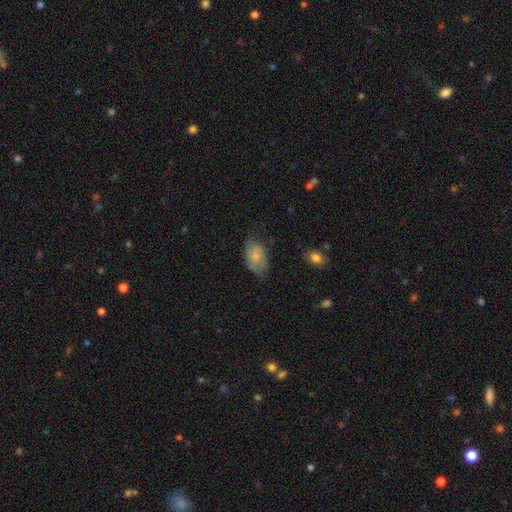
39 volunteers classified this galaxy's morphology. Smooth or featured? 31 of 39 (79%) said smooth. How rounded? 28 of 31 (90%) said in between. Merging? 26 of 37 (70%) said none.